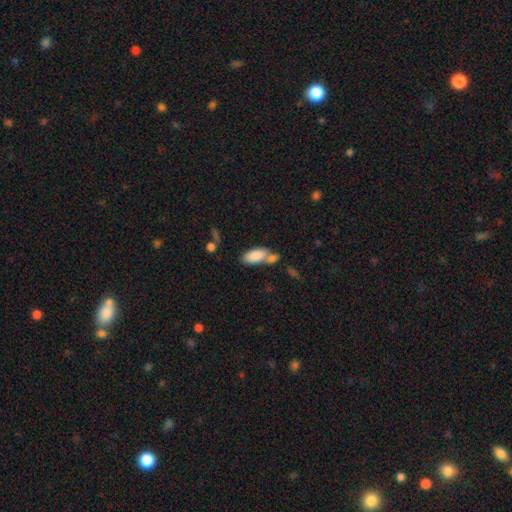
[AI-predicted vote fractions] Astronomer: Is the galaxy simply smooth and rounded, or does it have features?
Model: smooth — 84%.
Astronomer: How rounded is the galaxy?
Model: in between — 89%.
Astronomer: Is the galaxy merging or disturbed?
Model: merger — 43% (runner-up: none, 39%).